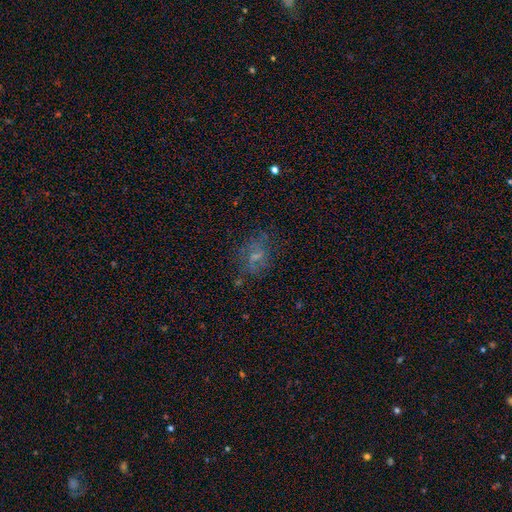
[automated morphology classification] The model was most divided on "smooth or featured": smooth: 39%, featured or disk: 35%, star or artifact: 26%. More confident: merging — none (61%).